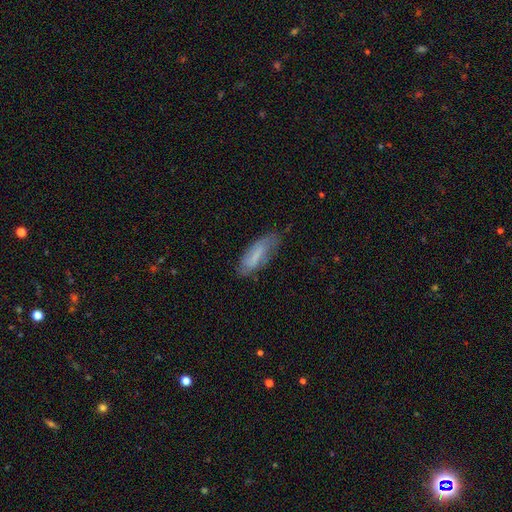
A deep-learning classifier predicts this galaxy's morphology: Smooth or featured? Predicted: smooth (p=0.65). How rounded? Predicted: in between (p=0.56). Merging? Predicted: none (p=0.63).